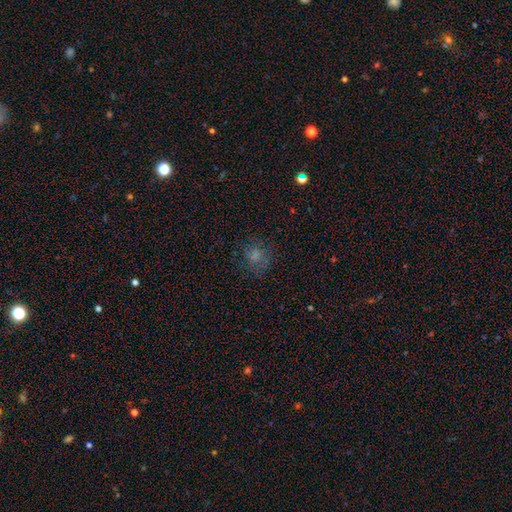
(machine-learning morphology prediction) A smooth galaxy with no disk features (63%) that is round (73%). Merging: none (69%).